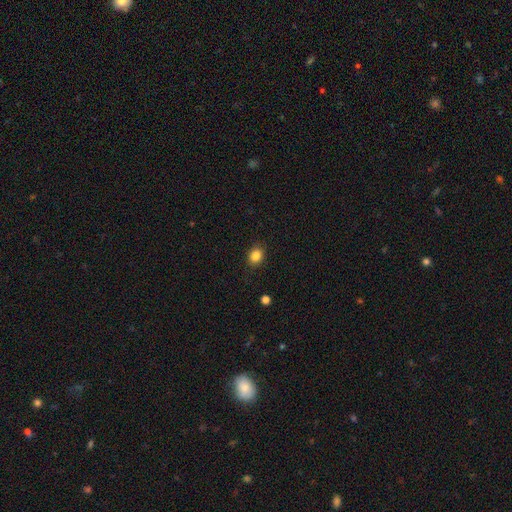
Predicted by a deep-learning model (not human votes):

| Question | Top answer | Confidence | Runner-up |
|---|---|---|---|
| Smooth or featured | smooth | 85% | star or artifact (10%) |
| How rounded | in between | 50% | round (49%) |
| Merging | none | 88% | minor disturbance (9%) |